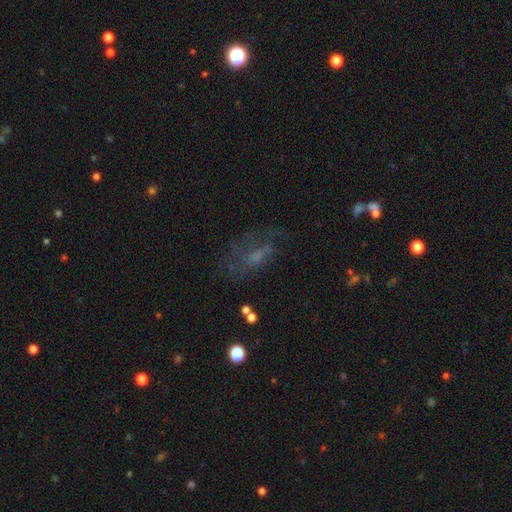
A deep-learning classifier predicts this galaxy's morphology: smooth-or-featured: featured or disk: 45% | smooth: 34% | star or artifact: 21%
  merging: none: 48% | major disturbance: 27% | minor disturbance: 21% | merger: 3%